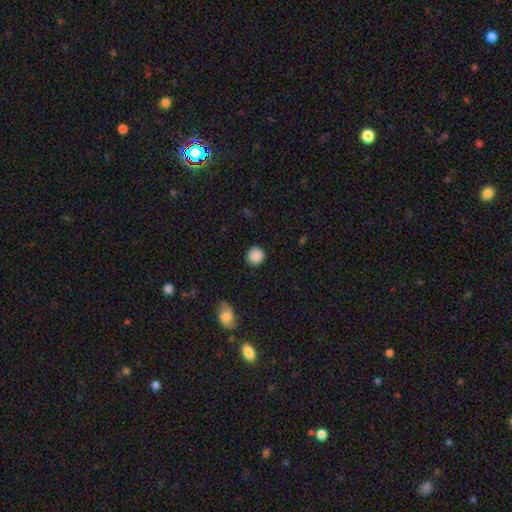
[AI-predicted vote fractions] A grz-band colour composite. It shows a smooth galaxy with no disk features (88%) that is round (91%). Merging: none (89%).